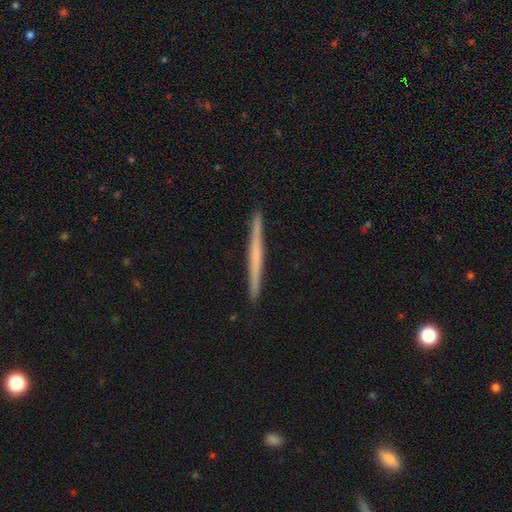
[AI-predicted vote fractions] This appears to be a featured or disk galaxy (49%). Merging: none (93%).